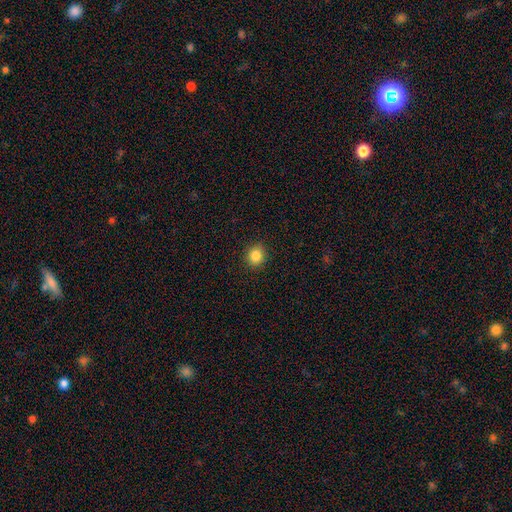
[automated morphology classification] Overall: smooth (85%). How rounded: round (81%). Merging: none (91%).